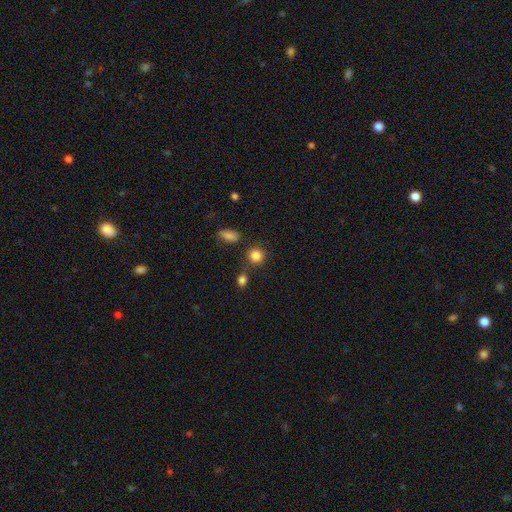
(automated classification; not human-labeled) A smooth galaxy with no disk features (84%) that is round (88%).

Vote fractions:
- Smooth or featured? smooth: 84% / star or artifact: 11% / featured or disk: 5%
- How rounded? round: 88% / in between: 11% / cigar-shaped: 1%
- Merging? none: 73% / merger: 13% / minor disturbance: 10% / major disturbance: 4%